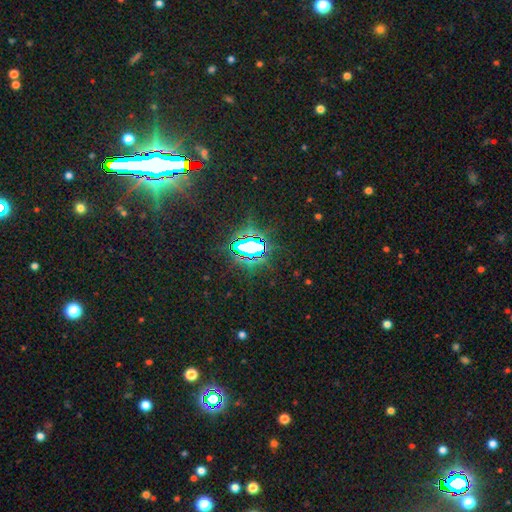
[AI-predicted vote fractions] The model was most divided on "smooth or featured": star or artifact: 81%, smooth: 10%, featured or disk: 9%.